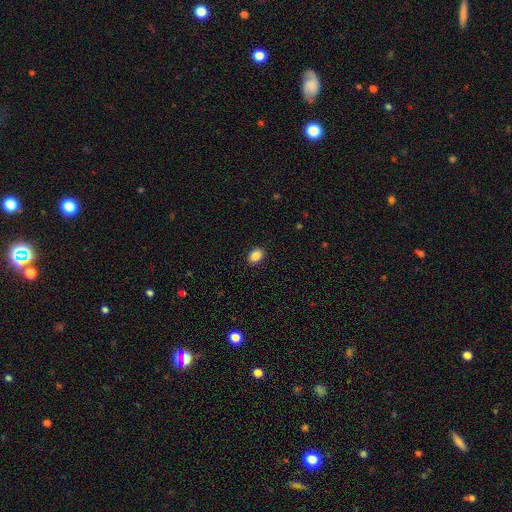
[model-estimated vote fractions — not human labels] A smooth galaxy with no disk features (88%) that is in between round and cigar-shaped (76%). Merging: none (90%).